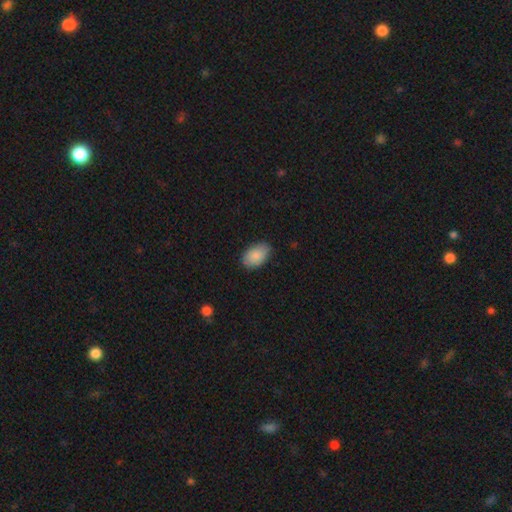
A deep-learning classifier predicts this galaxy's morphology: A smooth galaxy with no disk features (88%) that is in between round and cigar-shaped (91%).

Vote fractions:
- Smooth or featured? smooth: 88% / star or artifact: 6% / featured or disk: 6%
- How rounded? in between: 91% / round: 8% / cigar-shaped: 1%
- Merging? none: 82% / minor disturbance: 15% / major disturbance: 3% / merger: 1%